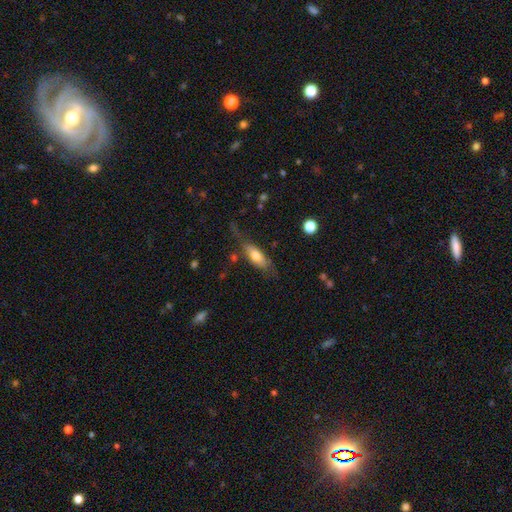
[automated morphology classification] Smooth or featured?
  - smooth: 66% *
  - featured or disk: 28%
  - star or artifact: 7%
How rounded?
  - in between: 68% *
  - cigar-shaped: 29%
  - round: 3%
Merging?
  - none: 54% *
  - minor disturbance: 26%
  - major disturbance: 16%
  - merger: 4%